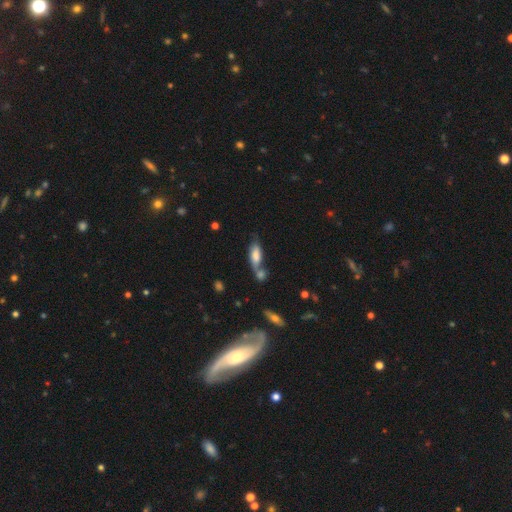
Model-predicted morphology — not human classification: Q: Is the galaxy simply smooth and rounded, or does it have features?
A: smooth — 68%.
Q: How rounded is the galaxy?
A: in between — 69%.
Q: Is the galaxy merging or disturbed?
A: merger — 42%.